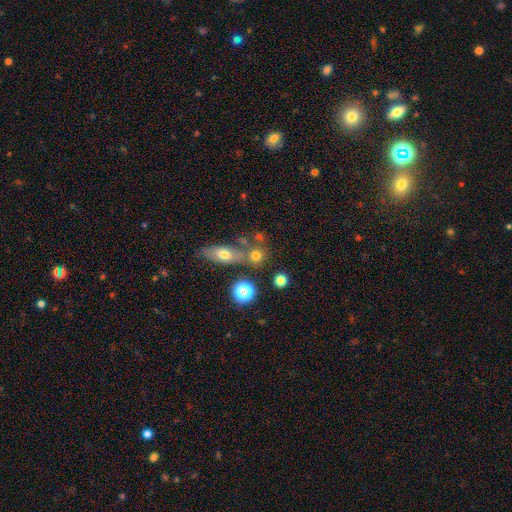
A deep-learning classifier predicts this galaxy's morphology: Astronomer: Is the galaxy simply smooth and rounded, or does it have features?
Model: smooth — 70%.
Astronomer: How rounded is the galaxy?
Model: round — 77%.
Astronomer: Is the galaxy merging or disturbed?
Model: none — 61%.